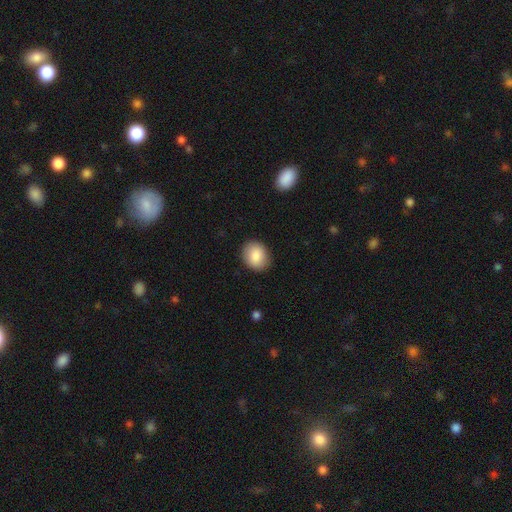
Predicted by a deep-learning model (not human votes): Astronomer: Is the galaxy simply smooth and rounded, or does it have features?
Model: smooth — 86%.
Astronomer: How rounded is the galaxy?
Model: round — 52% (runner-up: in between, 47%).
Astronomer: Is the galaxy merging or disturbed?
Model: none — 88%.